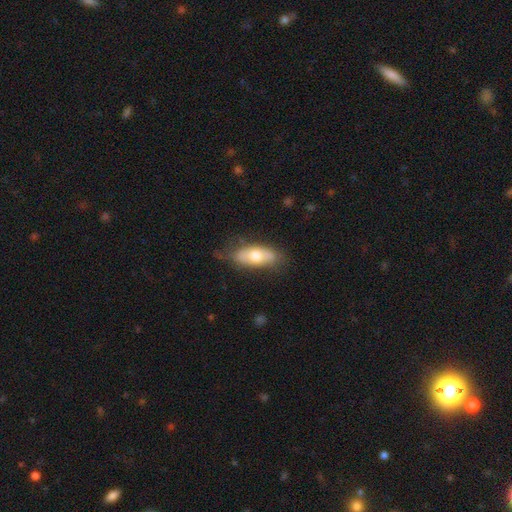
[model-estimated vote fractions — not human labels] This is likely a smooth galaxy (63%). How rounded: clearly in between (80%). Merging: likely none (68%).